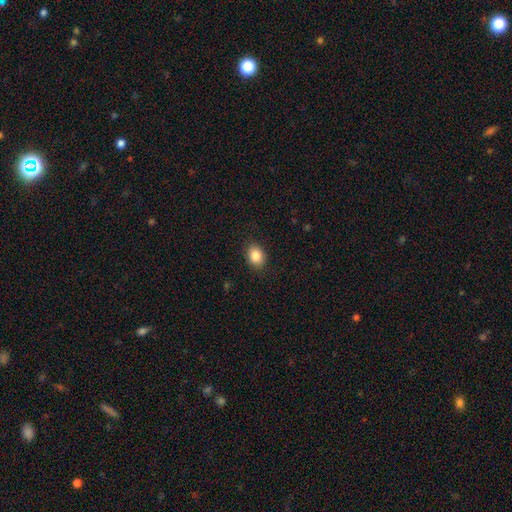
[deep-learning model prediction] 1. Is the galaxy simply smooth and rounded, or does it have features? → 85% smooth, 9% star or artifact, 6% featured or disk.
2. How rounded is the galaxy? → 65% in between, 34% round, 1% cigar-shaped.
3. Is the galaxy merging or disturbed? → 88% none, 8% minor disturbance, 2% major disturbance, 1% merger.